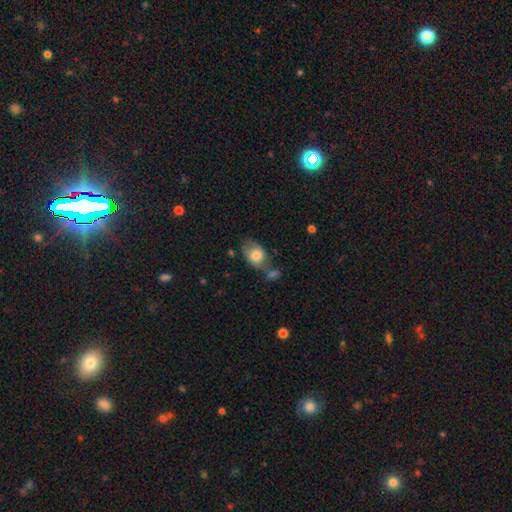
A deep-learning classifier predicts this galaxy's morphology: smooth_or_featured: smooth (p=0.76) [alt: featured or disk p=0.16]
how_rounded: in between (p=0.74) [alt: round p=0.25]
merging: none (p=0.44) [alt: minor disturbance p=0.24]